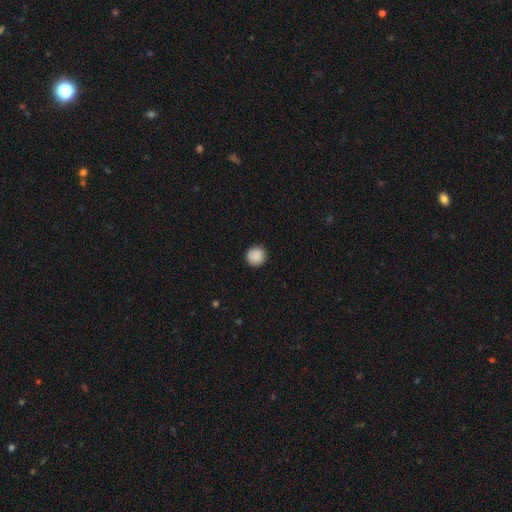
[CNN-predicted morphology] This is clearly a smooth galaxy (89%). How rounded: clearly round (93%). Merging: clearly none (90%).